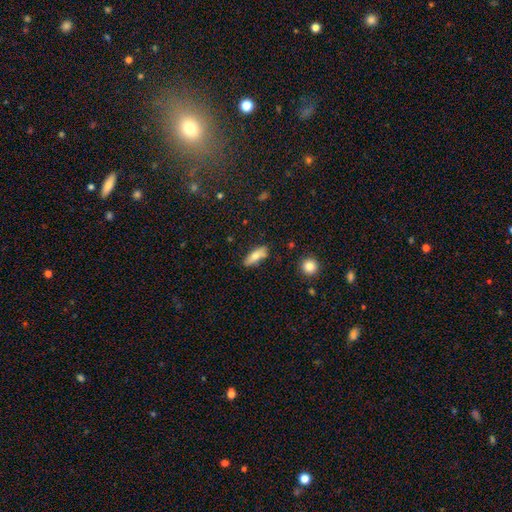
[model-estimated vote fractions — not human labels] Smooth or featured? smooth (72%)
How rounded? in between (65%)
Merging? none (78%)